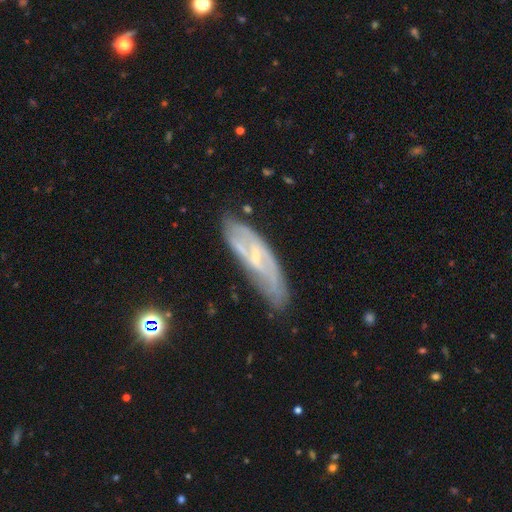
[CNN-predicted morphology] smooth_or_featured: featured or disk (p=0.70) [alt: smooth p=0.22]
disk_edge_on: no (p=0.72) [alt: yes p=0.28]
bar: weak (p=0.44) [alt: no p=0.28]
has_spiral_arms: yes (p=0.69) [alt: no p=0.31]
bulge_size: small (p=0.67) [alt: moderate p=0.21]
merging: none (p=0.65) [alt: minor disturbance p=0.23]